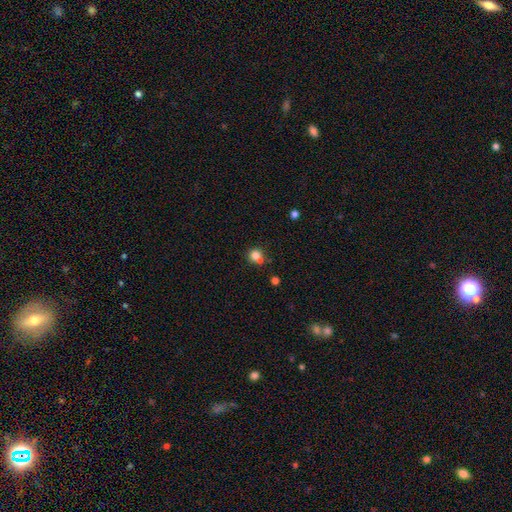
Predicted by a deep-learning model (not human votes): A smooth galaxy with no disk features (79%) that is round (84%). Merging: none (55%).